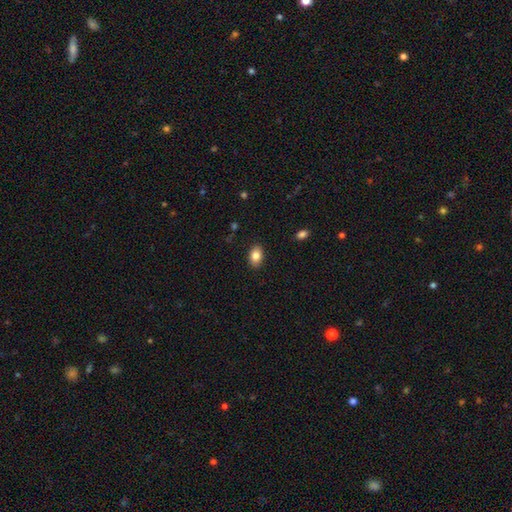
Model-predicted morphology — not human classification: Overall: smooth (84%). How rounded: in between (83%). Merging: none (88%).